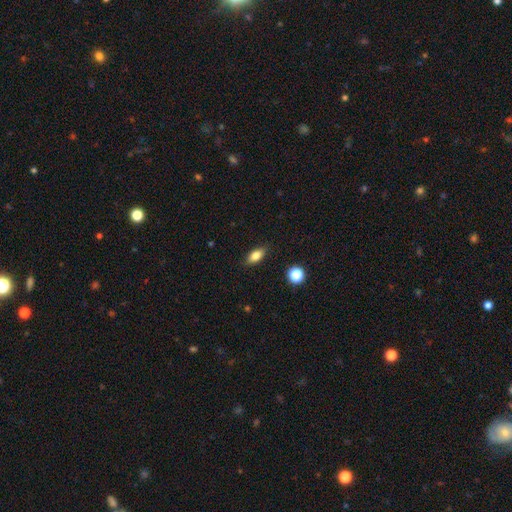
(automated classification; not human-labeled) smooth-or-featured: smooth: 80% | featured or disk: 12% | star or artifact: 9%
  how-rounded: in between: 83% | cigar-shaped: 10% | round: 7%
  merging: none: 86% | minor disturbance: 10% | major disturbance: 2% | merger: 1%